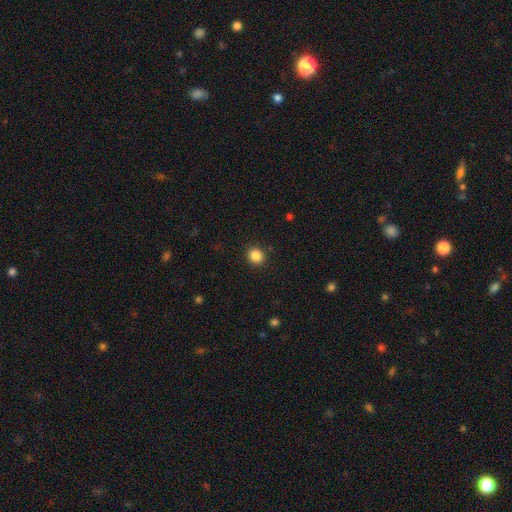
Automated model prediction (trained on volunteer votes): smooth-or-featured: smooth: 86% | star or artifact: 10% | featured or disk: 4%
  how-rounded: round: 83% | in between: 16% | cigar-shaped: 1%
  merging: none: 91% | minor disturbance: 6% | major disturbance: 2% | merger: 1%